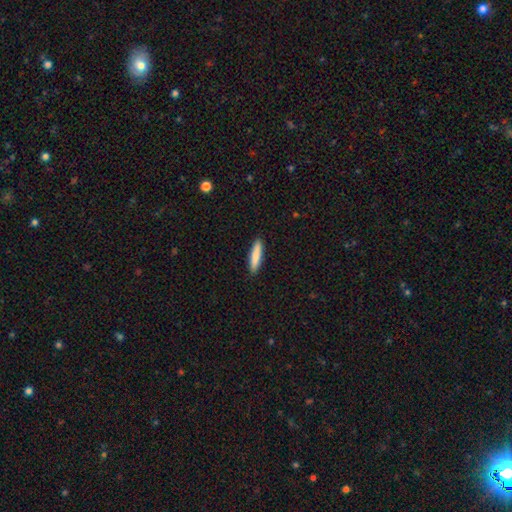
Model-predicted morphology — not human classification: Q: Smooth or featured?
A: smooth (84%); runner-up: featured or disk (11%)
Q: How rounded?
A: cigar-shaped (85%); runner-up: in between (14%)
Q: Merging?
A: none (91%); runner-up: minor disturbance (6%)